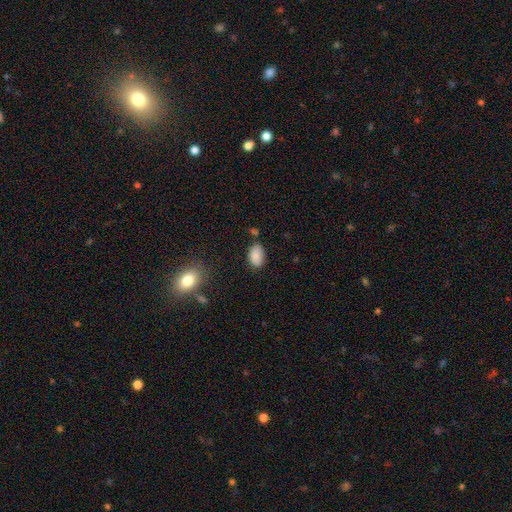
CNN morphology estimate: smooth_or_featured: smooth (p=0.87) [alt: star or artifact p=0.08]
how_rounded: in between (p=0.90) [alt: round p=0.08]
merging: none (p=0.73) [alt: minor disturbance p=0.18]